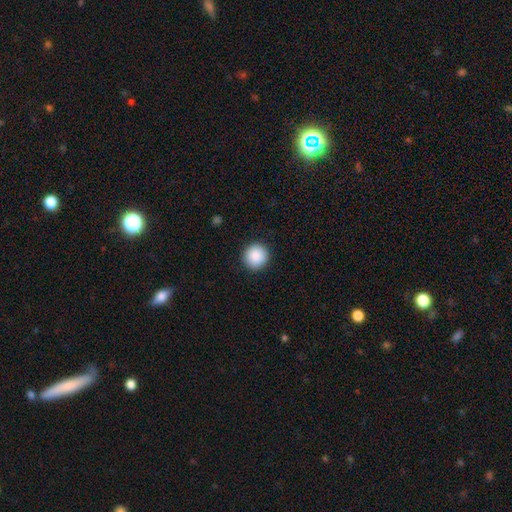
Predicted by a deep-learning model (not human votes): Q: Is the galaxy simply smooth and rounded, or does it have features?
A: smooth — 89%.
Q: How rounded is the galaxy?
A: round — 94%.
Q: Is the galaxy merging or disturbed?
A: none — 92%.